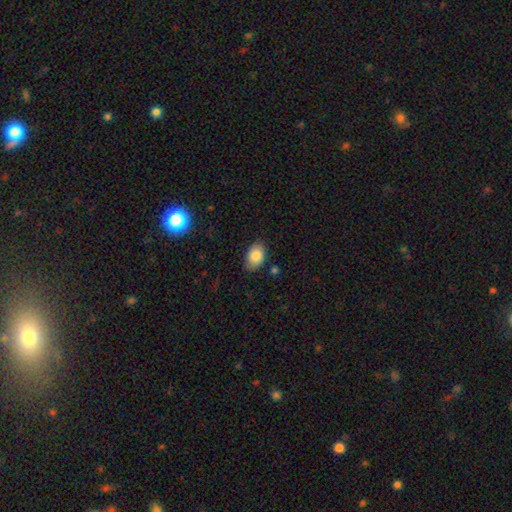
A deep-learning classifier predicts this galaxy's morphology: Smooth or featured? Predicted: smooth (p=0.85). How rounded? Predicted: in between (p=0.88). Merging? Predicted: none (p=0.83).